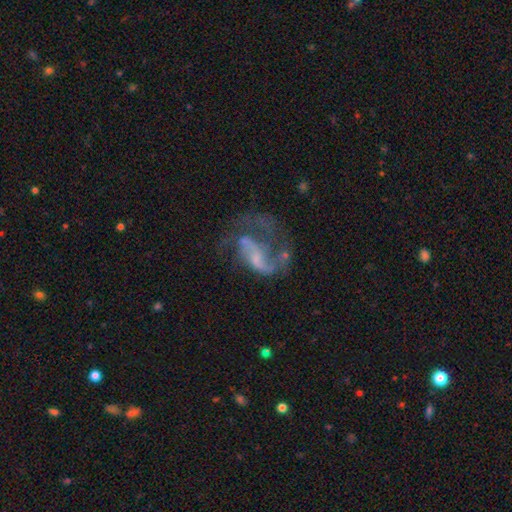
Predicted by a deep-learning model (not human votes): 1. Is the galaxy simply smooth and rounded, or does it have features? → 76% featured or disk, 14% smooth, 10% star or artifact.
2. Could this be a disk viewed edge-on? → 97% no, 3% yes.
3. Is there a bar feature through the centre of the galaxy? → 50% no, 38% weak, 12% strong.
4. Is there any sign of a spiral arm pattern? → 78% yes, 22% no.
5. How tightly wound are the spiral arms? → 59% loose, 32% medium, 9% tight.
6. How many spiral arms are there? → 52% 2, 30% 1, 10% can't tell, 4% 3, 2% 4, 2% more than 4.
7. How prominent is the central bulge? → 43% small, 35% none, 18% moderate, 3% large, 1% dominant.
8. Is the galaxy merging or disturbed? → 44% major disturbance, 32% none, 15% minor disturbance, 9% merger.